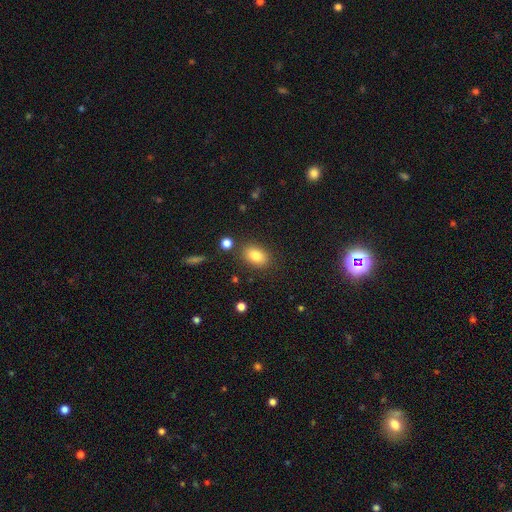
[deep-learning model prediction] A smooth galaxy with no disk features (83%) that is in between round and cigar-shaped (78%).

Vote fractions:
- Smooth or featured? smooth: 83% / star or artifact: 9% / featured or disk: 8%
- How rounded? in between: 78% / round: 21% / cigar-shaped: 1%
- Merging? none: 82% / minor disturbance: 11% / merger: 4% / major disturbance: 3%